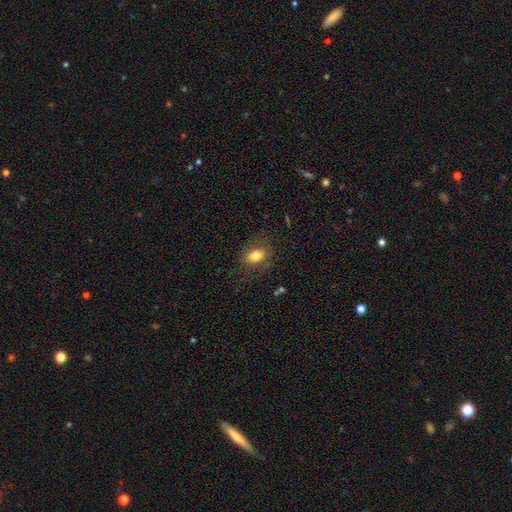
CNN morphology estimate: smooth-or-featured: smooth: 79% | featured or disk: 12% | star or artifact: 10%
  how-rounded: in between: 74% | round: 24% | cigar-shaped: 2%
  merging: none: 77% | minor disturbance: 15% | major disturbance: 6% | merger: 1%